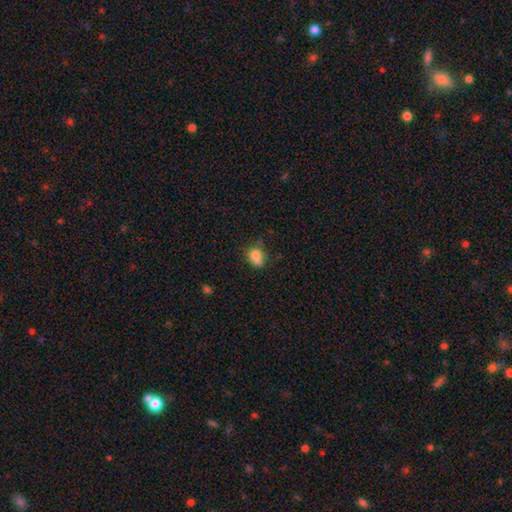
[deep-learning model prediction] This is likely a smooth galaxy (80%). How rounded: possibly in between (60%). Merging: possibly none (45%).